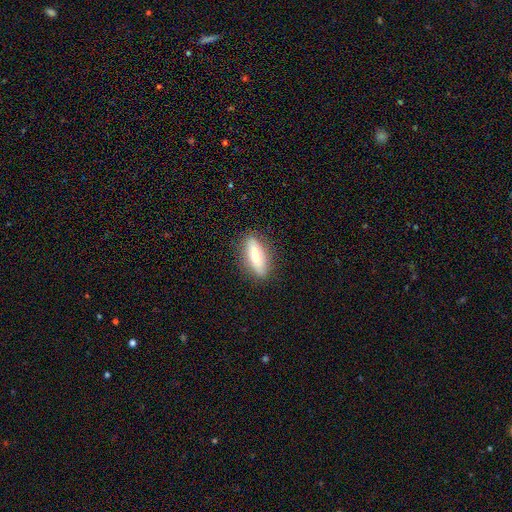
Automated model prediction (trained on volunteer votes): smooth 68%, featured or disk 26%, star or artifact 6%. Down the decision tree: how rounded — in between (57%); merging — none (85%).